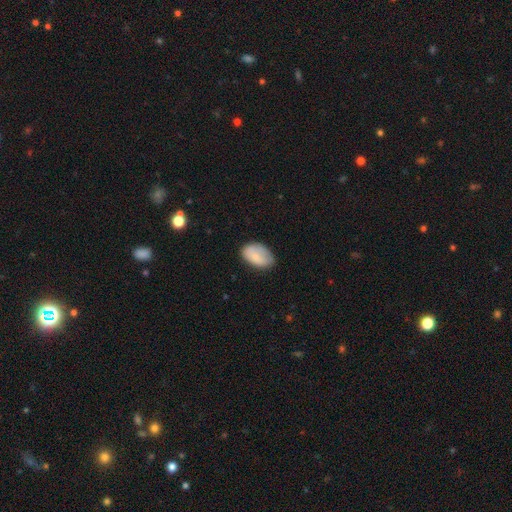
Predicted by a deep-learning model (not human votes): smooth 78%, featured or disk 15%, star or artifact 7%. Down the decision tree: how rounded — in between (91%); merging — none (68%).